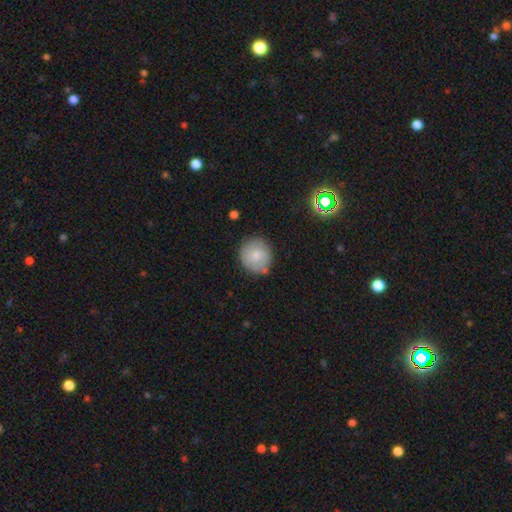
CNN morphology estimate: smooth-or-featured: smooth: 66% | featured or disk: 26% | star or artifact: 7%
  how-rounded: round: 88% | in between: 11% | cigar-shaped: 1%
  merging: none: 76% | minor disturbance: 17% | major disturbance: 4% | merger: 3%